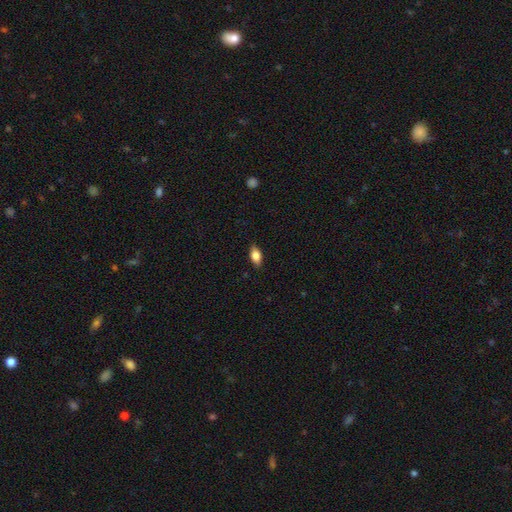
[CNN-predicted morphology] A smooth galaxy with no disk features (78%) that is in between round and cigar-shaped (87%).

Vote fractions:
- Smooth or featured? smooth: 78% / featured or disk: 15% / star or artifact: 7%
- How rounded? in between: 87% / cigar-shaped: 7% / round: 5%
- Merging? none: 87% / minor disturbance: 10% / major disturbance: 2% / merger: 1%